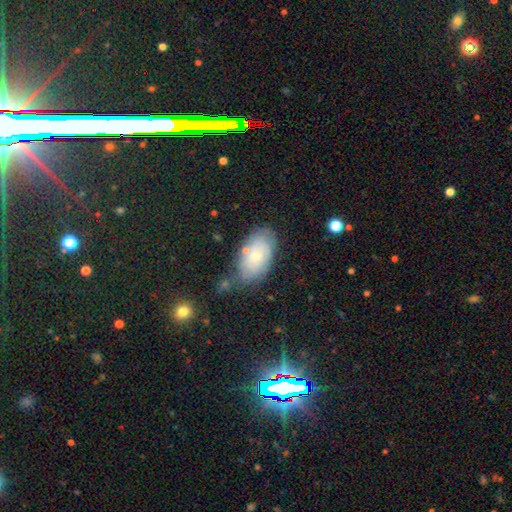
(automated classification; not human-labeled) Smooth or featured? smooth (57%)
How rounded? in between (93%)
Merging? none (65%)